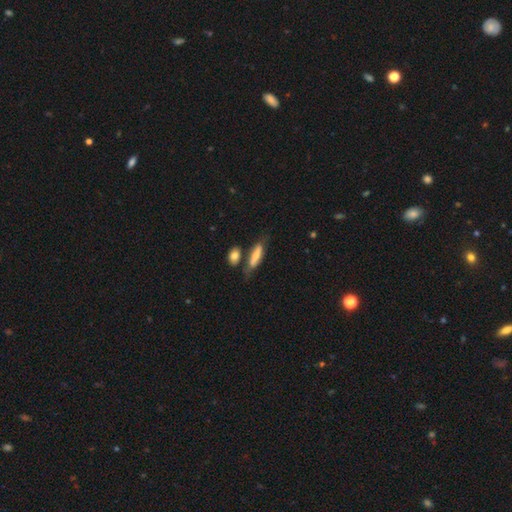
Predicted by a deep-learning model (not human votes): Morphology: type=smooth (59%); roundness=cigar-shaped (58%); merging=none (57%).